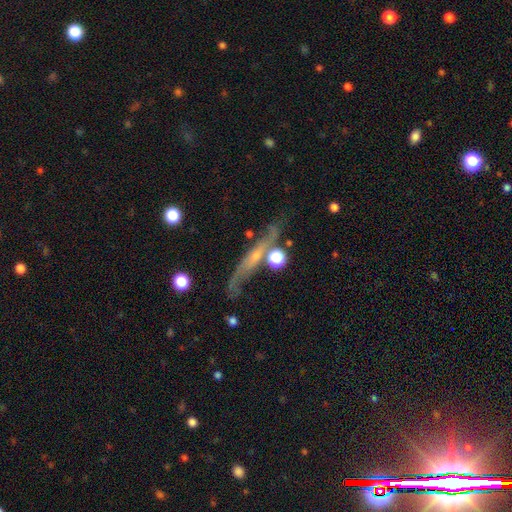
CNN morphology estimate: smooth-or-featured: featured or disk: 57% | smooth: 26% | star or artifact: 16%
  disk-edge-on: yes: 75% | no: 25%
  merging: none: 60% | minor disturbance: 19% | major disturbance: 12% | merger: 9%